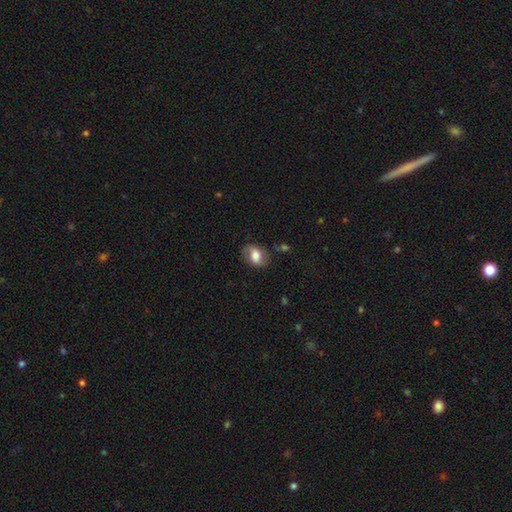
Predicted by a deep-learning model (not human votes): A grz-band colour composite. It shows a smooth galaxy with no disk features (58%) that is in between round and cigar-shaped (76%). Merging: none (72%).